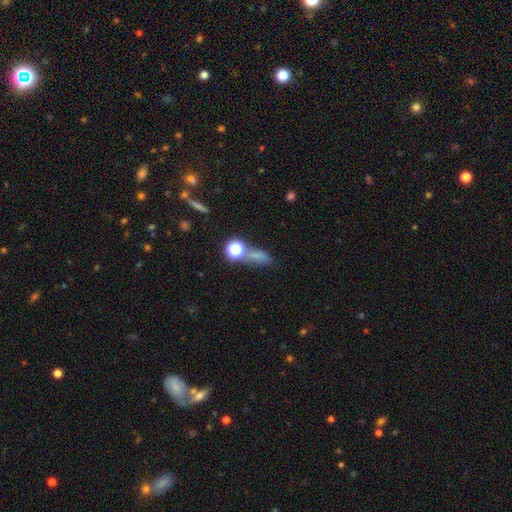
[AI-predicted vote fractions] smooth-or-featured: smooth: 56% | star or artifact: 30% | featured or disk: 13%
  how-rounded: in between: 44% | round: 31% | cigar-shaped: 25%
  merging: none: 50% | merger: 21% | minor disturbance: 17% | major disturbance: 12%